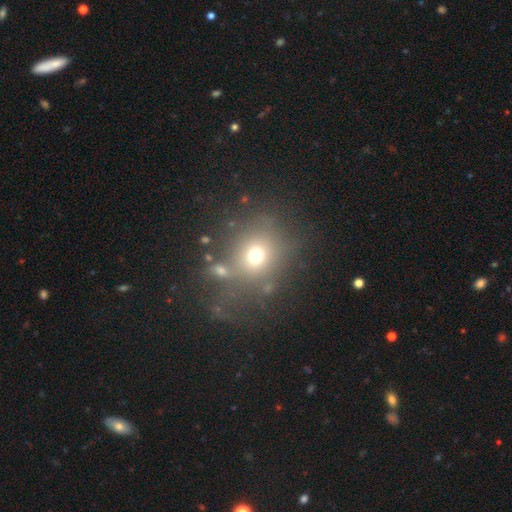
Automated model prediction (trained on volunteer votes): Morphology: type=smooth (67%); roundness=round (79%); merging=none (55%).